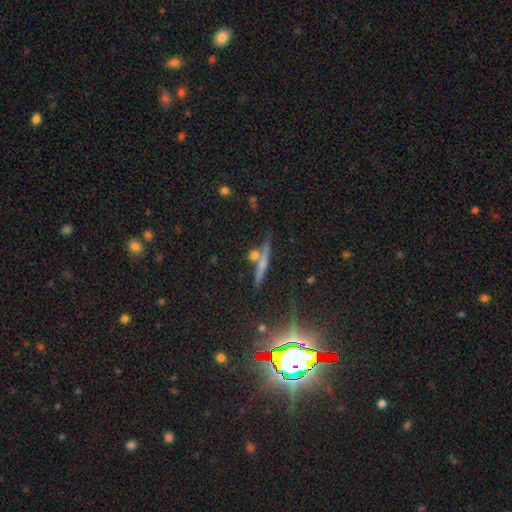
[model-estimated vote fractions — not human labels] smooth-or-featured: smooth: 44% | featured or disk: 38% | star or artifact: 18%
  merging: none: 68% | merger: 17% | minor disturbance: 11% | major disturbance: 4%